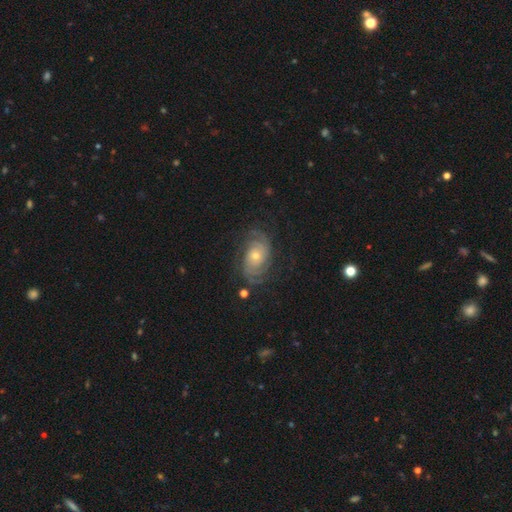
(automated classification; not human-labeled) Morphology: type=featured or disk (84%); edge-on=no (97%); bar=no (77%); spiral arms=yes (96%); winding=tight (59%); arm count=2 (41%); bulge=small (50%); merging=none (74%).